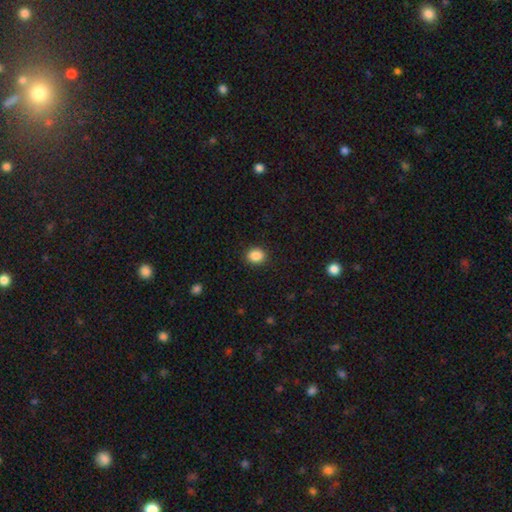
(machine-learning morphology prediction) Smooth or featured? smooth (87%)
How rounded? round (61%)
Merging? none (90%)